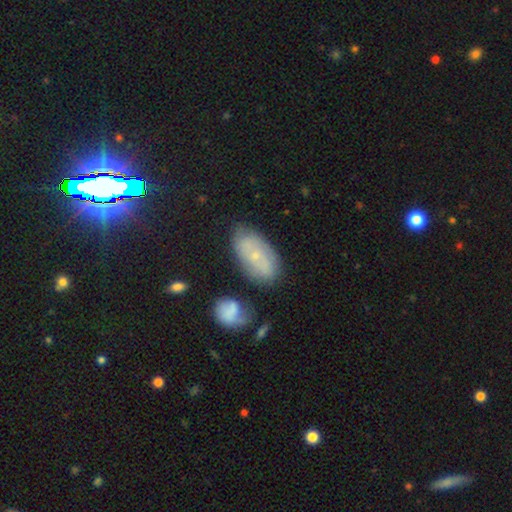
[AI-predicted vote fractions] Q: Smooth or featured?
A: featured or disk (46%); runner-up: smooth (43%)
Q: Merging?
A: none (64%); runner-up: minor disturbance (22%)